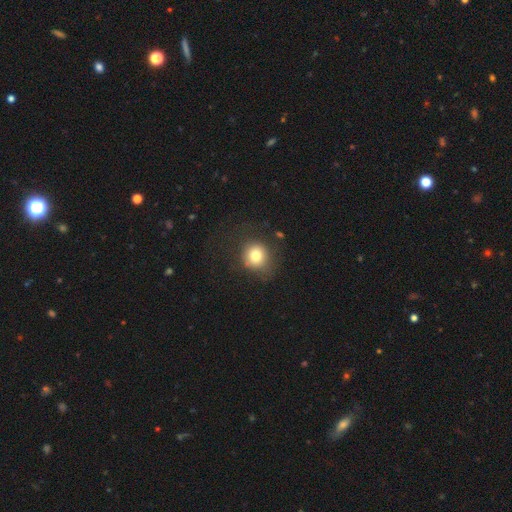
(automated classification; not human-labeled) A smooth galaxy with no disk features (78%) that is round (86%). Merging: none (71%).